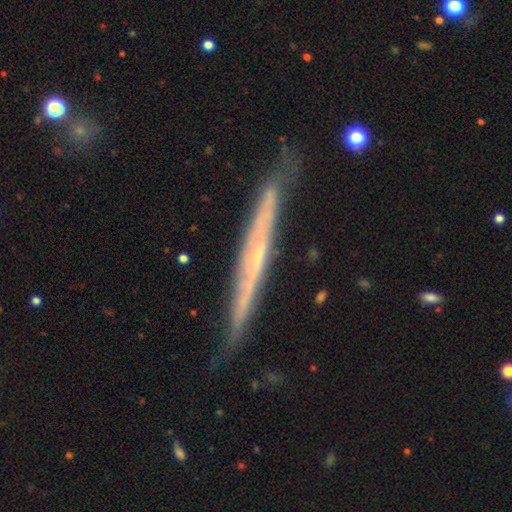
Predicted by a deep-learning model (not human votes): Q: Smooth or featured?
A: featured or disk (76%); runner-up: smooth (18%)
Q: Edge-on disk?
A: yes (95%); runner-up: no (5%)
Q: Edge-on bulge?
A: none (60%); runner-up: rounded (36%)
Q: Merging?
A: none (81%); runner-up: minor disturbance (16%)